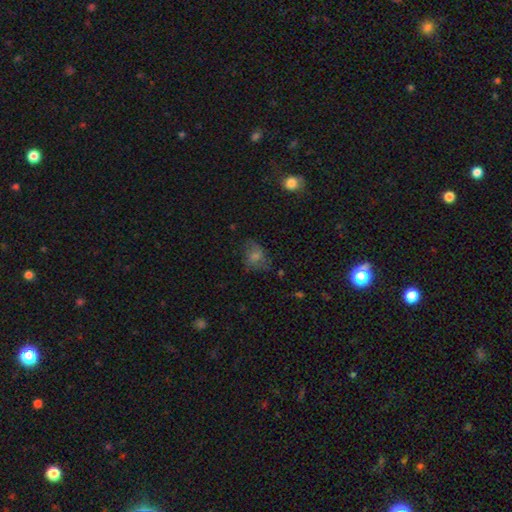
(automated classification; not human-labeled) The model was most divided on "smooth or featured": smooth: 48%, featured or disk: 31%, star or artifact: 21%. More confident: merging — none (60%).